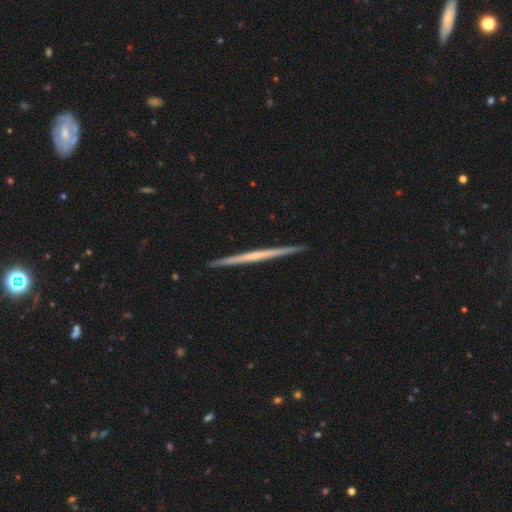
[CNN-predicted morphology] featured or disk 67%, smooth 28%, star or artifact 5%. Down the decision tree: edge-on disk — yes (98%); edge-on bulge — none (80%); merging — none (93%).